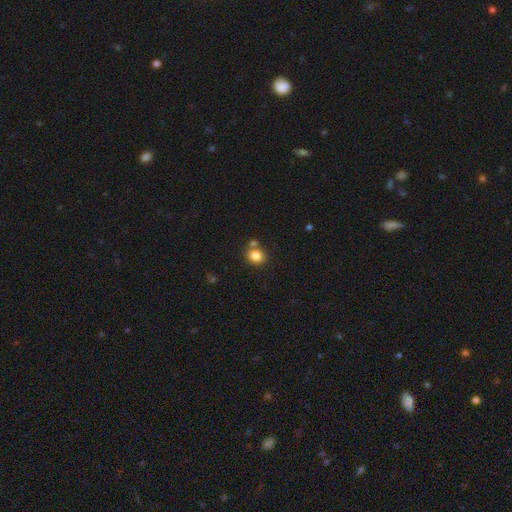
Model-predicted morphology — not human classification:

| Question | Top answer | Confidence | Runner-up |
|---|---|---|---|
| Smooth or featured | smooth | 83% | star or artifact (11%) |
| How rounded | round | 69% | in between (30%) |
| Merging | none | 67% | merger (20%) |